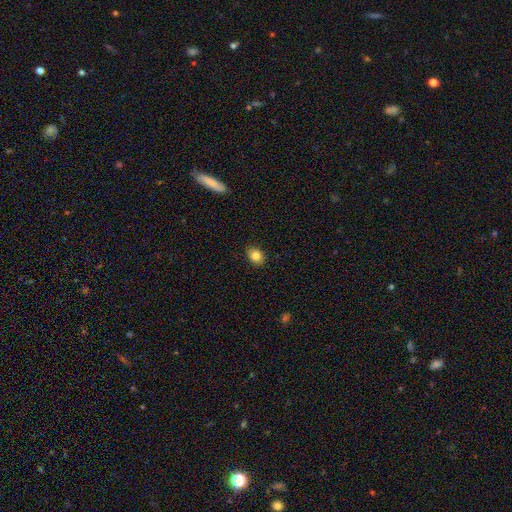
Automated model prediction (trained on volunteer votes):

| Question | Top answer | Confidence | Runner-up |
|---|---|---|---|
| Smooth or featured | smooth | 84% | star or artifact (10%) |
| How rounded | in between | 51% | round (48%) |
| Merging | none | 89% | minor disturbance (8%) |